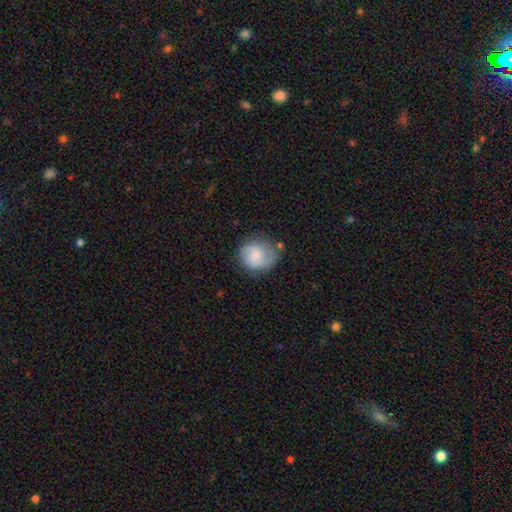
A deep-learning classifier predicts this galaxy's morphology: The model was most divided on "smooth or featured": smooth: 51%, featured or disk: 41%, star or artifact: 8%. More confident: how rounded — round (80%); merging — none (65%).